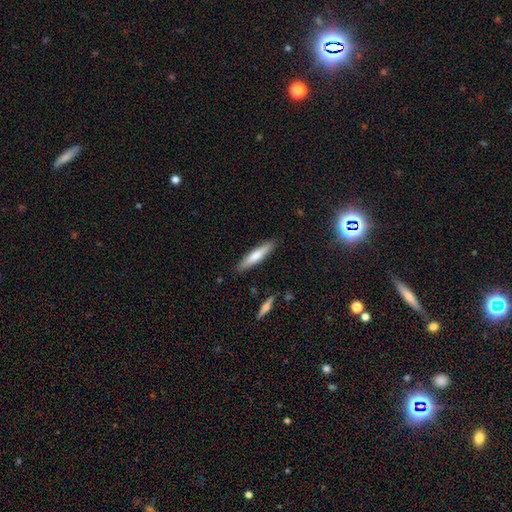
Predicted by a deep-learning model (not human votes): This appears to be a smooth galaxy with no disk features (65%) that is cigar-shaped (85%). Merging: none (88%).